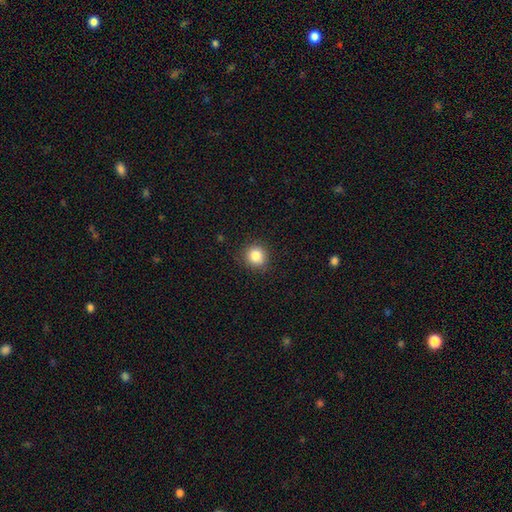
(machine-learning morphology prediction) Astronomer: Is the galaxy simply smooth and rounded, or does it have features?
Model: smooth — 84%.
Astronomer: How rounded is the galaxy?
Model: round — 89%.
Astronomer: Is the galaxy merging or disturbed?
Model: none — 88%.